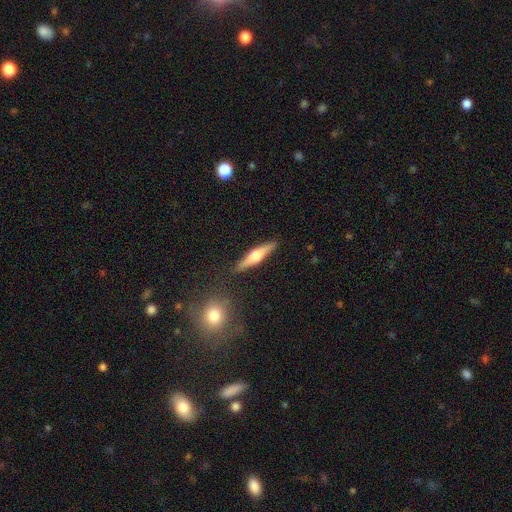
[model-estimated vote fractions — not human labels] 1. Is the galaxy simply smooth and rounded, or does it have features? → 58% featured or disk, 36% smooth, 6% star or artifact.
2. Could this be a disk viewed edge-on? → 96% yes, 4% no.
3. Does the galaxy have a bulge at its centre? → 88% rounded, 8% boxy, 4% none.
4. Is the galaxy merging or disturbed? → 88% none, 8% minor disturbance, 2% merger, 2% major disturbance.